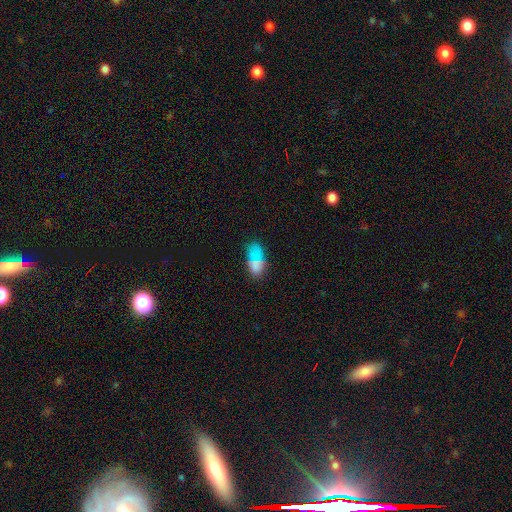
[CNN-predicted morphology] This is likely a smooth galaxy (66%). How rounded: clearly in between (89%). Merging: likely none (71%).